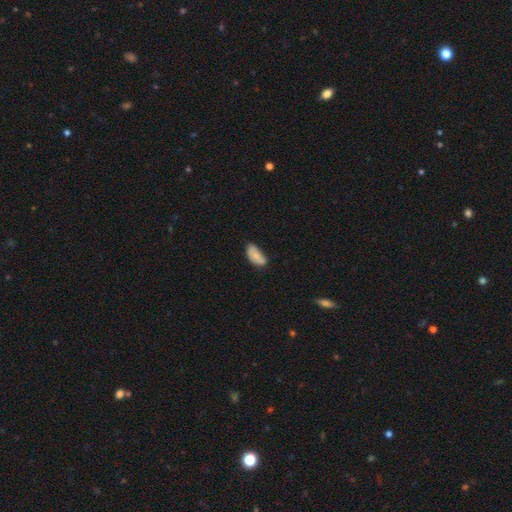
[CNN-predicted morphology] smooth 75%, featured or disk 18%, star or artifact 7%. Down the decision tree: how rounded — in between (91%); merging — none (52%).